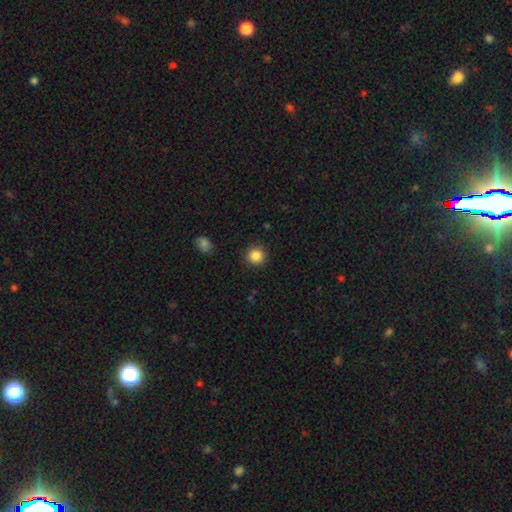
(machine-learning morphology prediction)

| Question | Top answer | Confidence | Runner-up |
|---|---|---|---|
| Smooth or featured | smooth | 86% | star or artifact (10%) |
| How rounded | round | 93% | in between (6%) |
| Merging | none | 91% | minor disturbance (6%) |